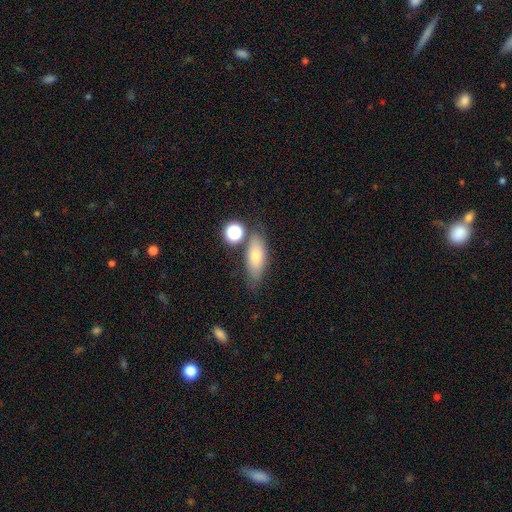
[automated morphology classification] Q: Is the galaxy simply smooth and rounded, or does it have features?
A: smooth — 70%.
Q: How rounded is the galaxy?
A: in between — 65%.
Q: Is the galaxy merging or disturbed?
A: none — 66%.